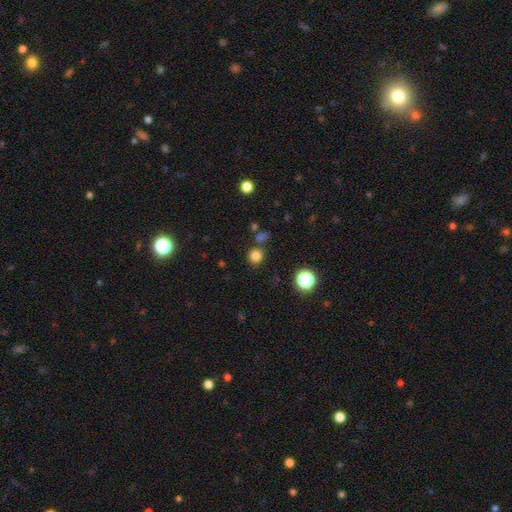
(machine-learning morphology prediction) Smooth or featured: smooth — 79% (star or artifact — 16%)
How rounded: round — 90% (in between — 9%)
Merging: none — 80% (minor disturbance — 9%)